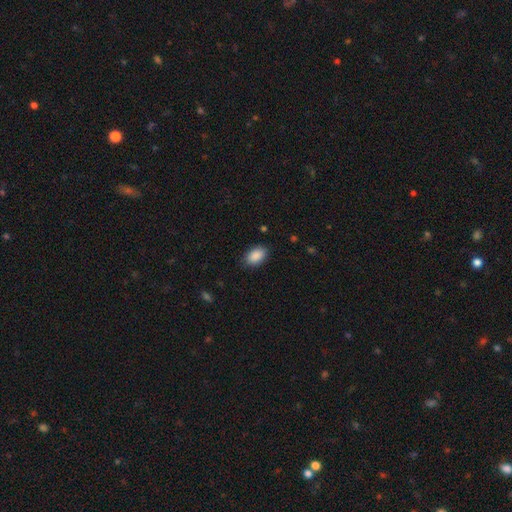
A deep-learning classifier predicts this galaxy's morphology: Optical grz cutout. It shows a smooth galaxy with no disk features (90%) that is in between round and cigar-shaped (92%). Merging: none (84%).